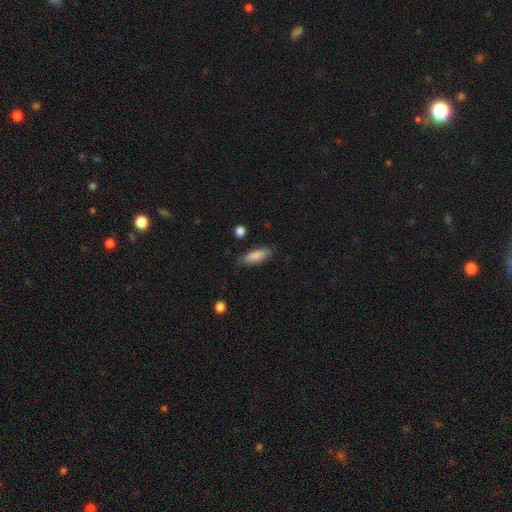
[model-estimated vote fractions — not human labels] This is clearly a smooth galaxy (84%). How rounded: possibly in between (58%). Merging: clearly none (82%).